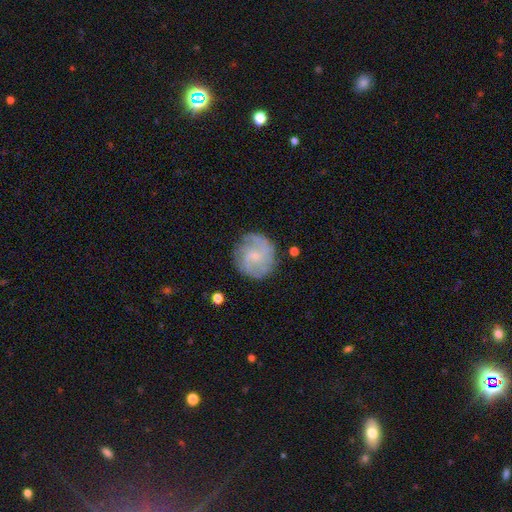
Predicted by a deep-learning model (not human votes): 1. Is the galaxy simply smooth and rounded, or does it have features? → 68% featured or disk, 26% smooth, 7% star or artifact.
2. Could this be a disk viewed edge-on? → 98% no, 2% yes.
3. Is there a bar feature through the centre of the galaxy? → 56% no, 39% weak, 5% strong.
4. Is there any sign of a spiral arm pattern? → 90% yes, 10% no.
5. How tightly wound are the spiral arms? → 42% tight, 41% medium, 17% loose.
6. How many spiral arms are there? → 36% 2, 28% can't tell, 21% 3, 6% 4, 5% 1, 4% more than 4.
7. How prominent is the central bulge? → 57% small, 23% moderate, 17% none, 2% large, 1% dominant.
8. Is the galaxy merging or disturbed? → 77% none, 15% minor disturbance, 6% major disturbance, 2% merger.